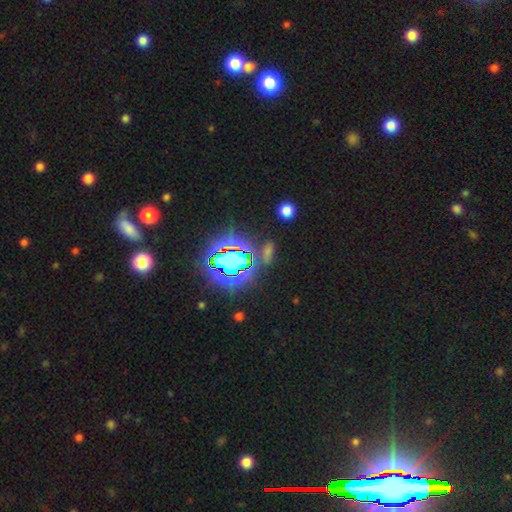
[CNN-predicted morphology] Smooth or featured? star or artifact (81%)